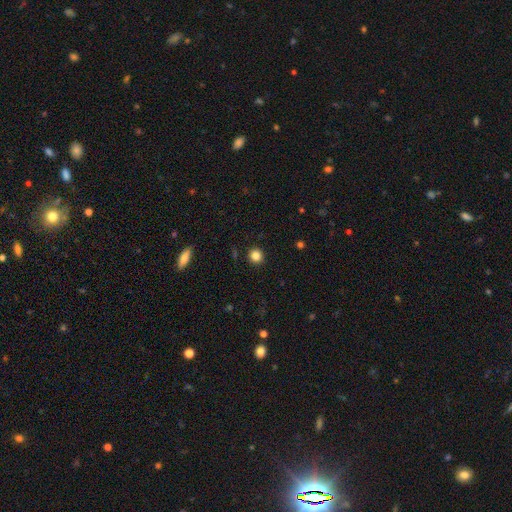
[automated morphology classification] smooth 84%, star or artifact 11%, featured or disk 5%. Down the decision tree: how rounded — round (92%); merging — none (92%).